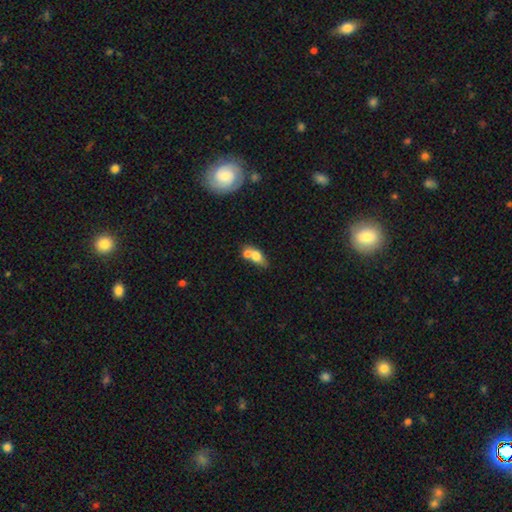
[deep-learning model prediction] Morphology: type=smooth (69%); roundness=in between (69%); merging=merger (59%).